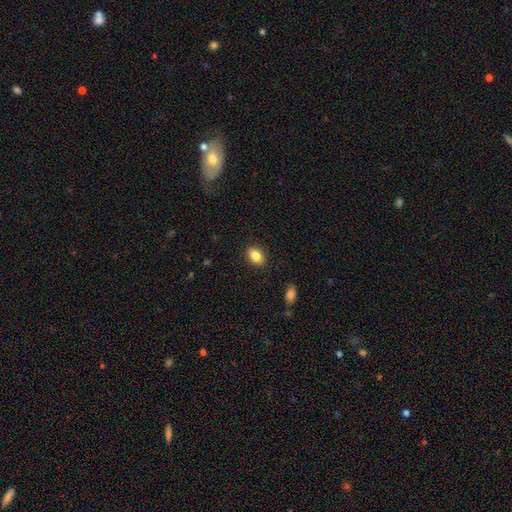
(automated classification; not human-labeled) Q: Smooth or featured?
A: smooth (84%); runner-up: star or artifact (9%)
Q: How rounded?
A: in between (76%); runner-up: round (22%)
Q: Merging?
A: none (87%); runner-up: minor disturbance (9%)